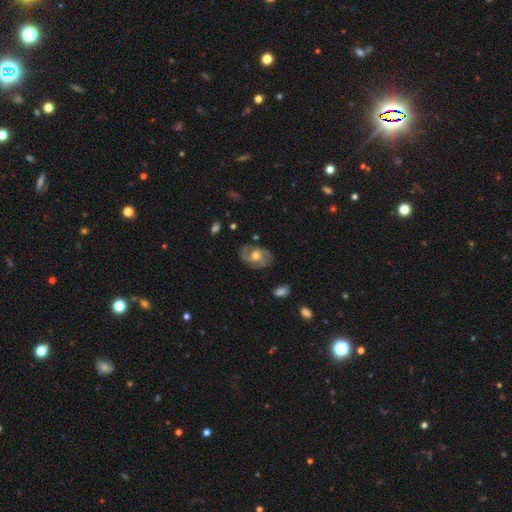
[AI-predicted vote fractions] smooth-or-featured: featured or disk: 78% | smooth: 16% | star or artifact: 6%
  disk-edge-on: no: 97% | yes: 3%
    bar: no: 60% | weak: 34% | strong: 7%
    has-spiral-arms: yes: 92% | no: 8%
      spiral-winding: medium: 48% | tight: 31% | loose: 20%
      spiral-arm-count: 2: 67% | can't tell: 12% | 3: 11% | 1: 4% | 4: 3% | more than 4: 2%
    bulge-size: moderate: 72% | small: 17% | large: 9% | none: 1% | dominant: 1%
  merging: none: 75% | minor disturbance: 18% | major disturbance: 6% | merger: 1%